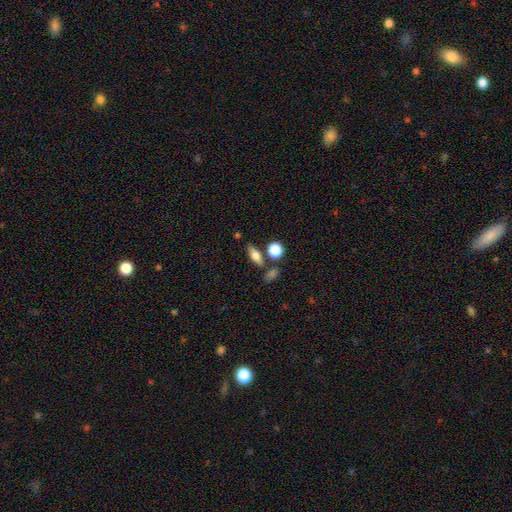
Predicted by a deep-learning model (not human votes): Smooth or featured? smooth (64%)
How rounded? in between (63%)
Merging? none (71%)